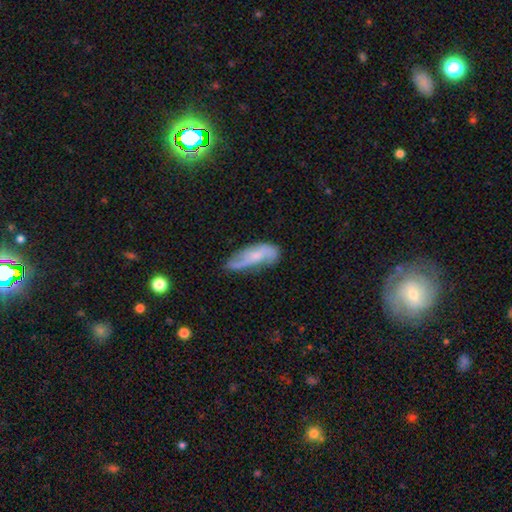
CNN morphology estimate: The model was most divided on "merging": none: 47%, minor disturbance: 31%, major disturbance: 18%, merger: 4%. More confident: edge-on disk — no (85%); smooth or featured — featured or disk (56%).